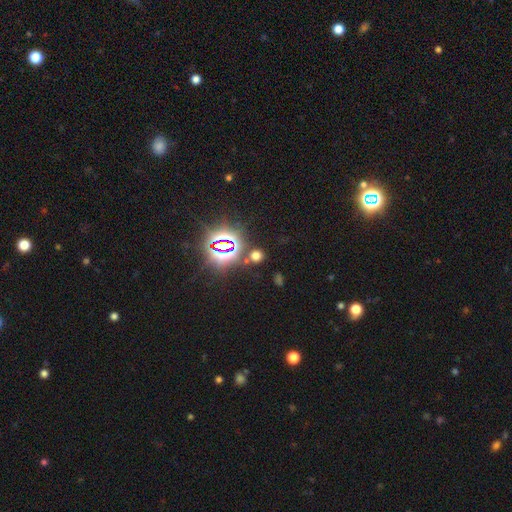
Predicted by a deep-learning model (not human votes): Smooth or featured: smooth — 48% (star or artifact — 46%)
Merging: none — 80% (minor disturbance — 9%)